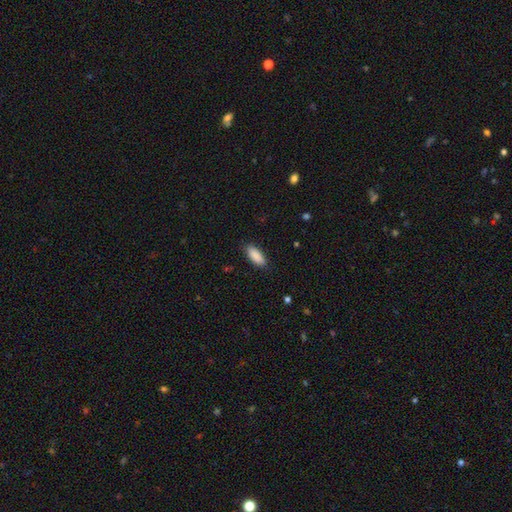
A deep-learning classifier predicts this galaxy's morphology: This is clearly a smooth galaxy (90%). How rounded: clearly in between (81%). Merging: clearly none (86%).